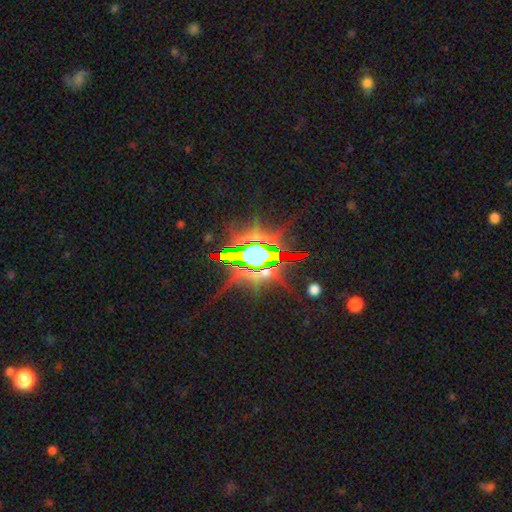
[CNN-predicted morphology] The model was most divided on "smooth or featured": star or artifact: 81%, featured or disk: 11%, smooth: 7%.